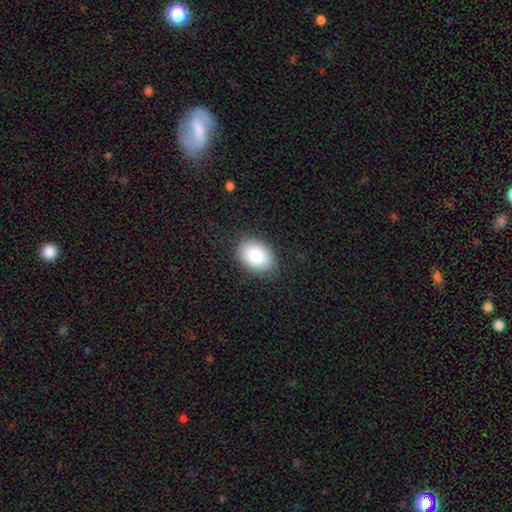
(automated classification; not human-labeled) smooth_or_featured: smooth (p=0.85) [alt: featured or disk p=0.08]
how_rounded: in between (p=0.81) [alt: round p=0.18]
merging: none (p=0.85) [alt: minor disturbance p=0.11]